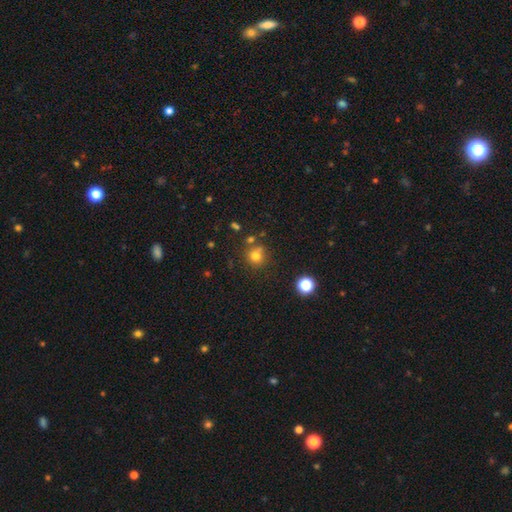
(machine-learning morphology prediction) Smooth or featured?
  - smooth: 76% *
  - star or artifact: 16%
  - featured or disk: 8%
How rounded?
  - round: 89% *
  - in between: 10%
  - cigar-shaped: 1%
Merging?
  - none: 70% *
  - merger: 14%
  - minor disturbance: 12%
  - major disturbance: 4%